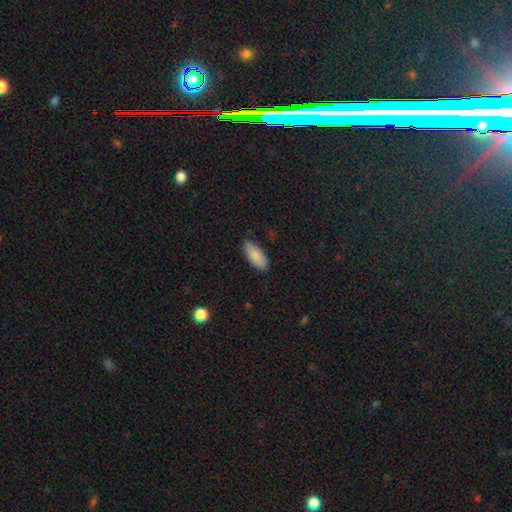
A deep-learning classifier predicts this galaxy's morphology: smooth 88%, featured or disk 6%, star or artifact 6%. Down the decision tree: how rounded — in between (81%); merging — none (81%).